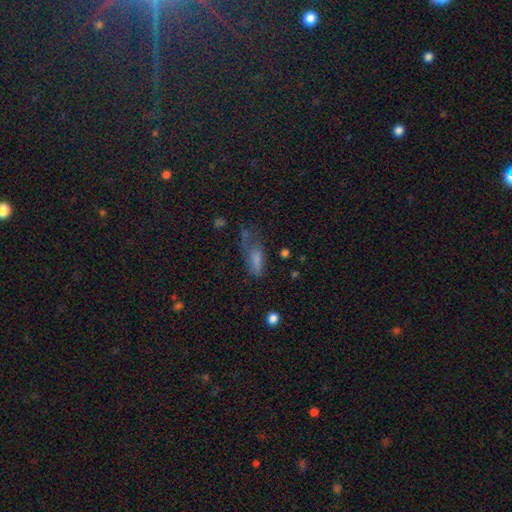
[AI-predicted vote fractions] Q: Smooth or featured?
A: smooth (62%); runner-up: featured or disk (21%)
Q: How rounded?
A: in between (65%); runner-up: cigar-shaped (31%)
Q: Merging?
A: none (39%); runner-up: minor disturbance (28%)